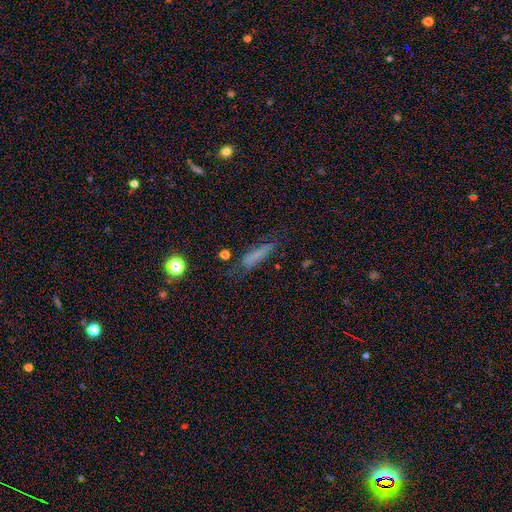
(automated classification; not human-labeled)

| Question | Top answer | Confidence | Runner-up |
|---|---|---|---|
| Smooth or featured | smooth | 64% | featured or disk (21%) |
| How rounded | cigar-shaped | 79% | in between (18%) |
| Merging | none | 62% | minor disturbance (23%) |